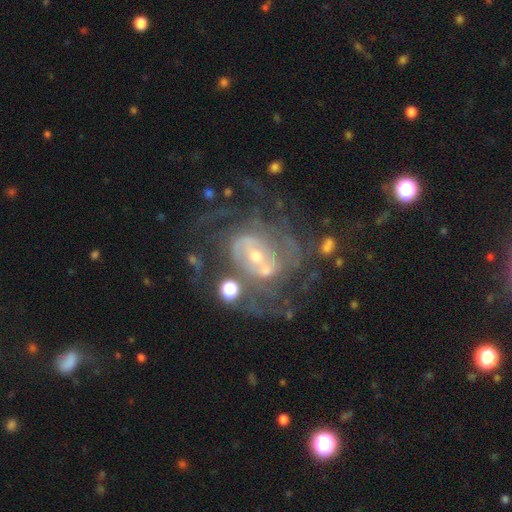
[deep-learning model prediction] Morphology: type=featured or disk (85%); edge-on=no (97%); bar=no (48%); spiral arms=yes (88%); winding=tight (49%); arm count=can't tell (39%); bulge=small (59%); merging=none (46%).